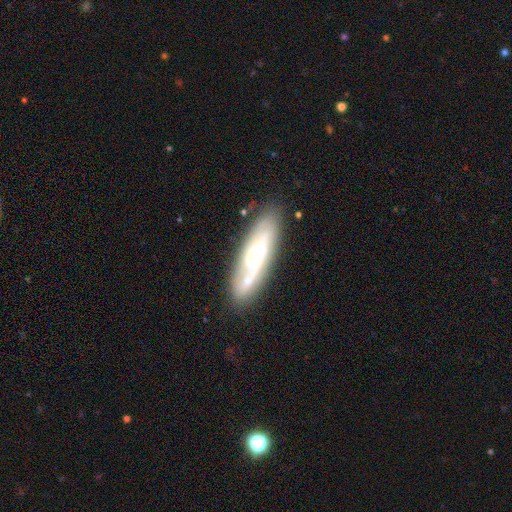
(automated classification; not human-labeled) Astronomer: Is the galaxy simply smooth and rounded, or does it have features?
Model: featured or disk — 54% (runner-up: smooth, 38%).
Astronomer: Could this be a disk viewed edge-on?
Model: no — 69%.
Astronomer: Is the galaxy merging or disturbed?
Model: none — 72%.